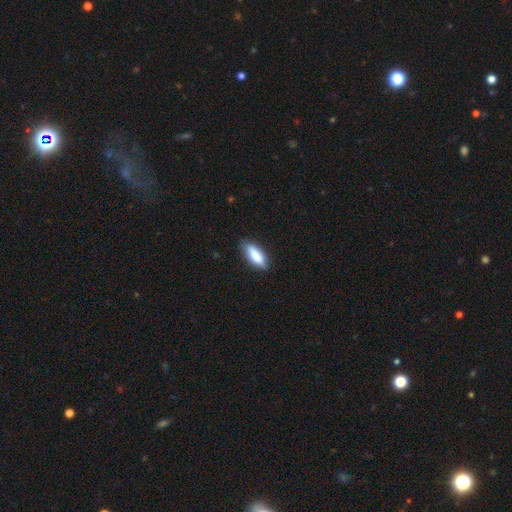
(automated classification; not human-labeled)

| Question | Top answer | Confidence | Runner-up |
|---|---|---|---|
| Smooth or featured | smooth | 85% | featured or disk (9%) |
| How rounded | in between | 67% | cigar-shaped (31%) |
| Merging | none | 83% | minor disturbance (14%) |